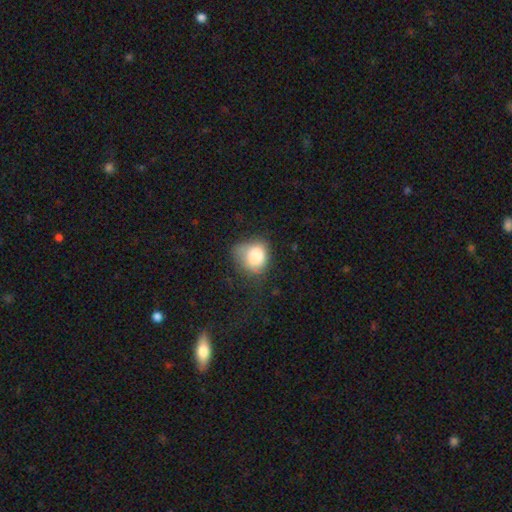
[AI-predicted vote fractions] Morphology: type=smooth (79%); roundness=round (56%); merging=none (39%).